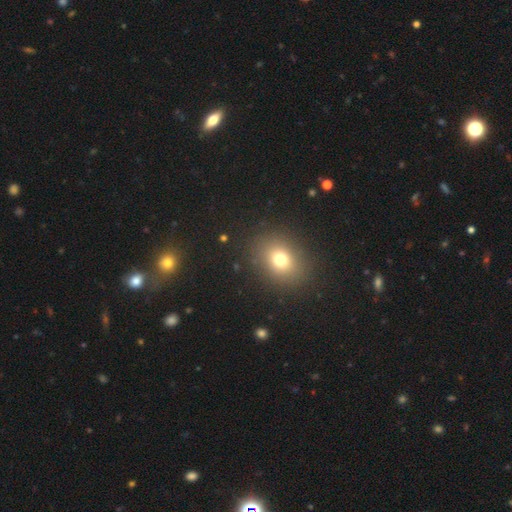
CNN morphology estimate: Smooth or featured?
  - smooth: 67% *
  - star or artifact: 24%
  - featured or disk: 9%
How rounded?
  - round: 50% *
  - in between: 49%
  - cigar-shaped: 1%
Merging?
  - none: 89% *
  - minor disturbance: 6%
  - major disturbance: 2%
  - merger: 2%